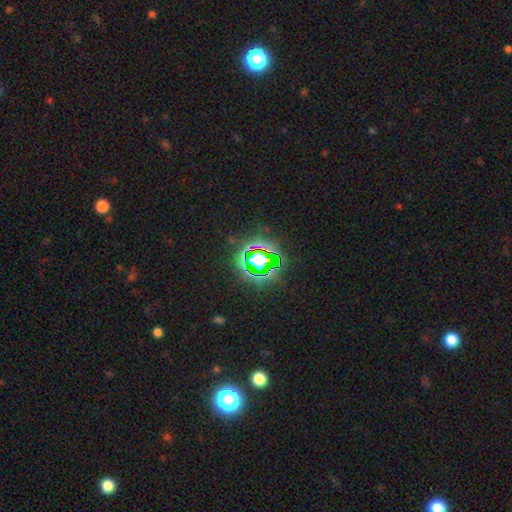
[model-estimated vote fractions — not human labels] This is likely a star or artifact rather than a galaxy (70%).